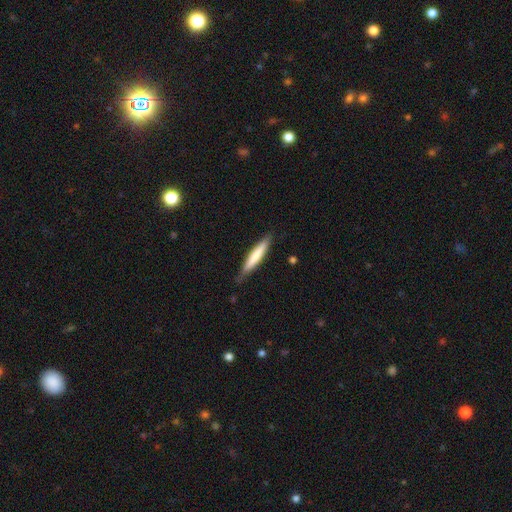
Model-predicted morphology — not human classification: Smooth or featured? Predicted: smooth (p=0.70). How rounded? Predicted: cigar-shaped (p=0.91). Merging? Predicted: none (p=0.81).